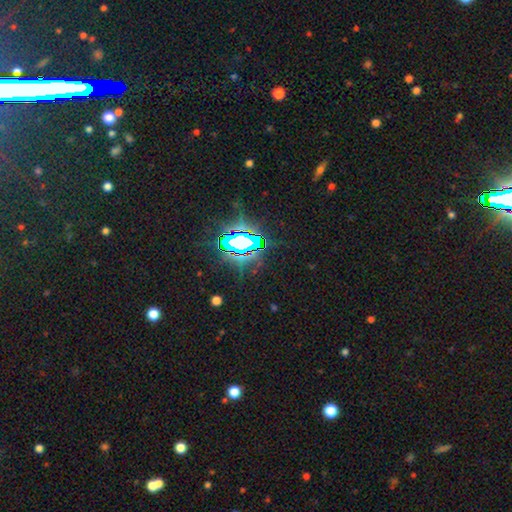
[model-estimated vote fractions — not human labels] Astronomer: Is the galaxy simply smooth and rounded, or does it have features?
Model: star or artifact — 81%.